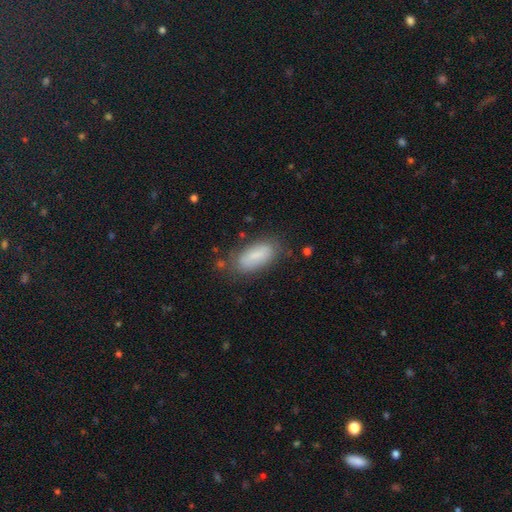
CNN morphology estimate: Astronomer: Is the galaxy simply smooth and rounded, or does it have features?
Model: smooth — 79%.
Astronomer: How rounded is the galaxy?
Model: in between — 83%.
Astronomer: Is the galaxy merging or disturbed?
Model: none — 76%.